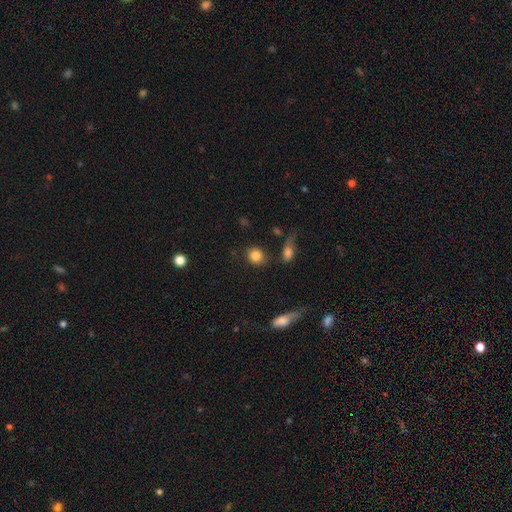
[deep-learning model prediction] Overall: smooth (83%). How rounded: round (78%). Merging: none (71%).